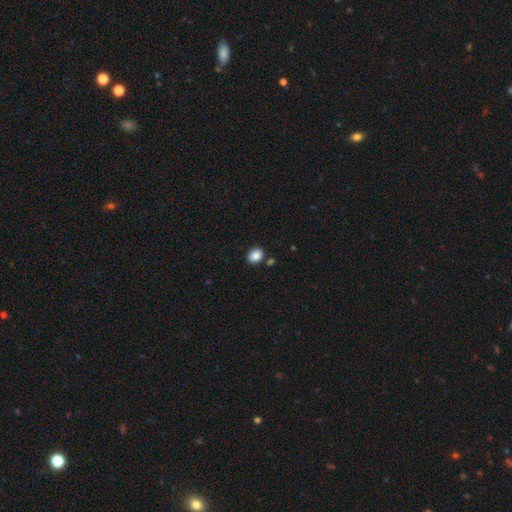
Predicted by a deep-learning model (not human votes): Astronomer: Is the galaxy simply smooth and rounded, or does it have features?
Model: smooth — 88%.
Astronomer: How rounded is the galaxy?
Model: in between — 61% (runner-up: round, 38%).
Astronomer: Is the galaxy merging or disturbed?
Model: none — 83%.